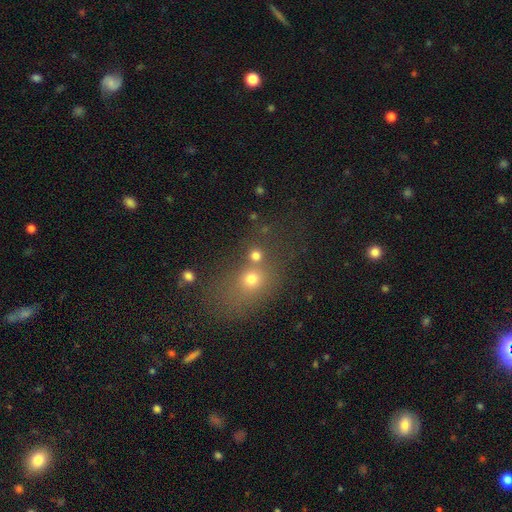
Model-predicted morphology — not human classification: smooth_or_featured: smooth (p=0.70) [alt: star or artifact p=0.19]
how_rounded: round (p=0.78) [alt: in between p=0.20]
merging: none (p=0.54) [alt: merger p=0.32]